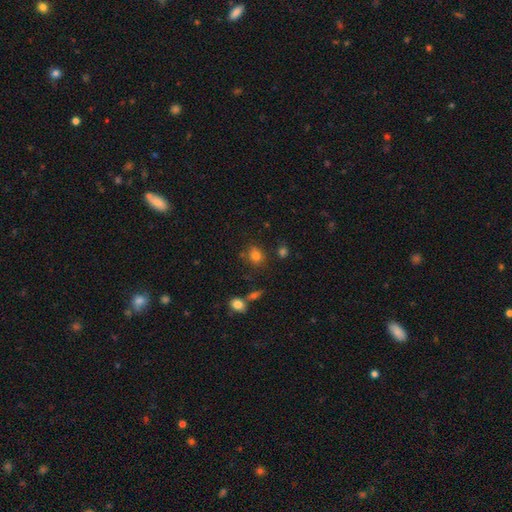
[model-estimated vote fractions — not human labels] Overall: smooth (80%). How rounded: round (64%; in between 35%). Merging: none (77%).